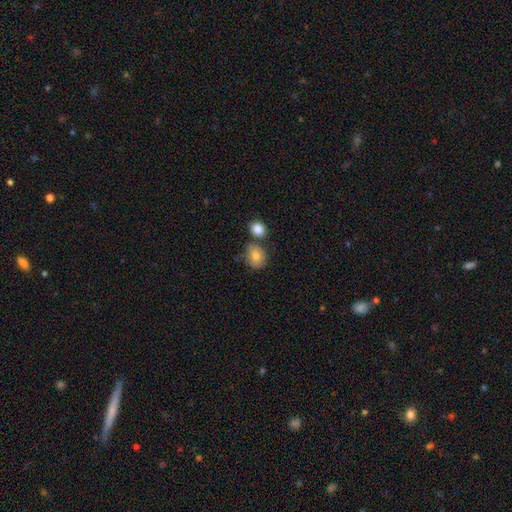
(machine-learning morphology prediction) Q: Smooth or featured?
A: smooth (79%); runner-up: featured or disk (12%)
Q: How rounded?
A: round (68%); runner-up: in between (31%)
Q: Merging?
A: none (57%); runner-up: merger (21%)